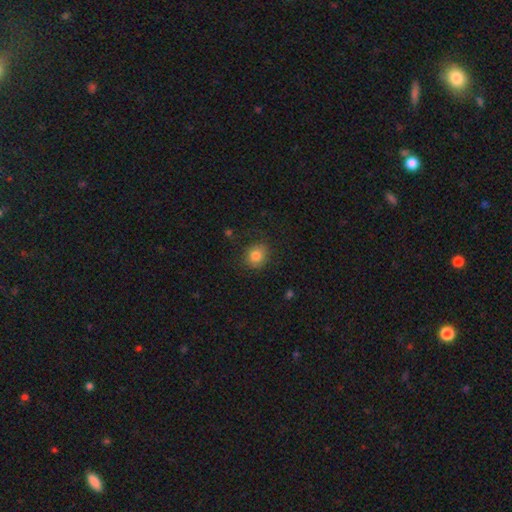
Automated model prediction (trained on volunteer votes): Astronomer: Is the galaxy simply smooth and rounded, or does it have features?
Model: smooth — 81%.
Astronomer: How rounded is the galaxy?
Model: round — 76%.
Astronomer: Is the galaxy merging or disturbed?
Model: none — 81%.